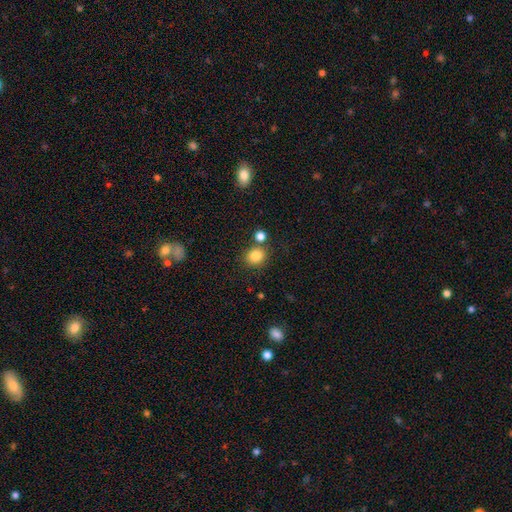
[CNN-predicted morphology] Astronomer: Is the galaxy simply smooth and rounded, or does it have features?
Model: smooth — 84%.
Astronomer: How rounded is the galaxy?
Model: round — 79%.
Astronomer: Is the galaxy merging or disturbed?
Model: none — 74%.